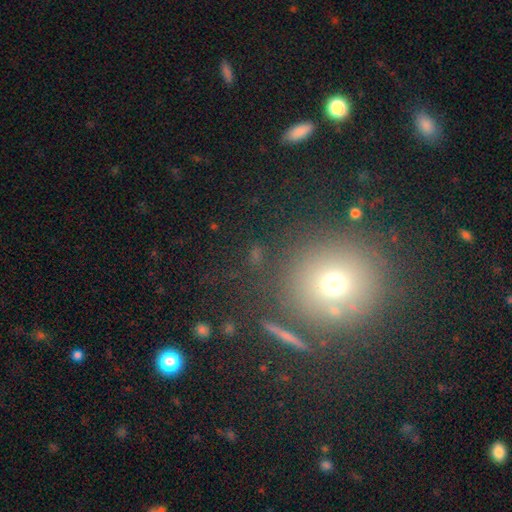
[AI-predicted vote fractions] The model was most divided on "smooth or featured": smooth: 49%, star or artifact: 35%, featured or disk: 16%. More confident: merging — none (80%).